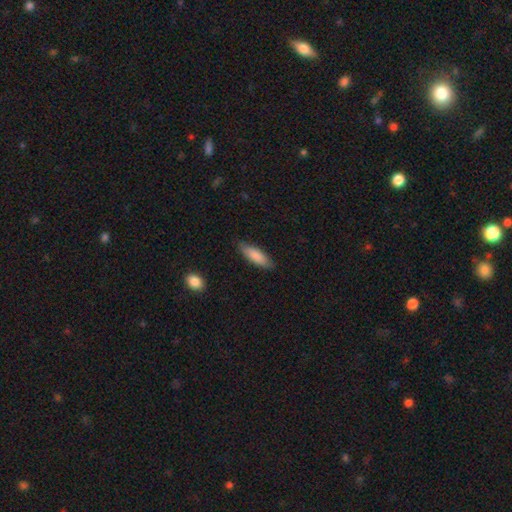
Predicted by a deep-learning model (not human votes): This is clearly a smooth galaxy (85%). How rounded: possibly in between (51%). Merging: clearly none (83%).